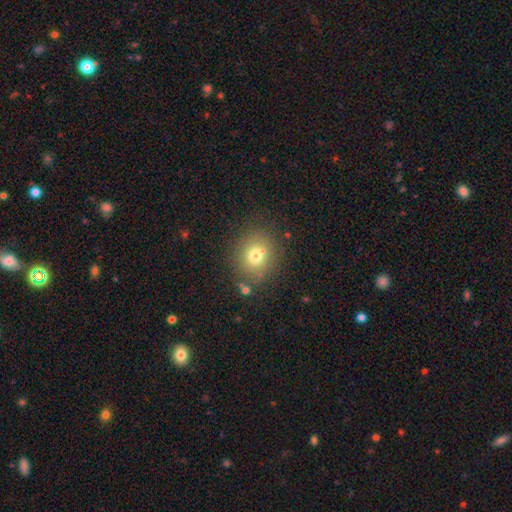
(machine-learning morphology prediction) A smooth galaxy with no disk features (72%) that is round (81%). Merging: none (77%).